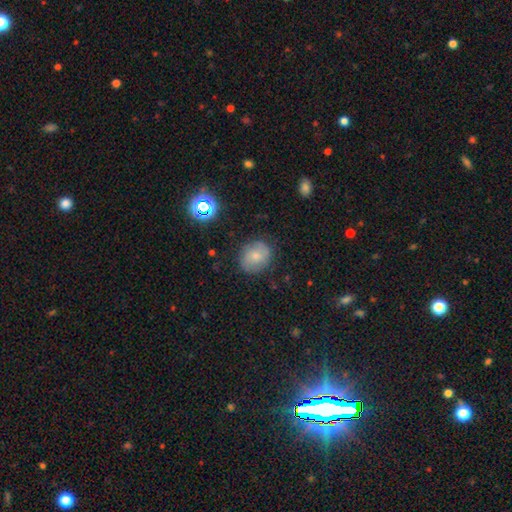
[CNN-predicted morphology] Smooth or featured? smooth (58%)
How rounded? round (61%)
Merging? none (79%)